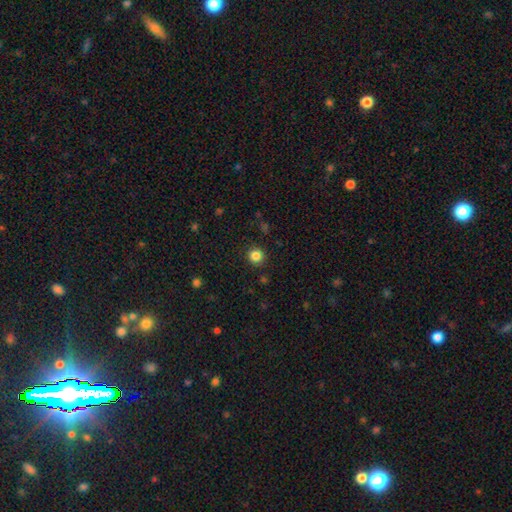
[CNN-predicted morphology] smooth-or-featured: smooth: 84% | star or artifact: 12% | featured or disk: 4%
  how-rounded: round: 94% | in between: 5% | cigar-shaped: 1%
  merging: none: 91% | minor disturbance: 6% | major disturbance: 2% | merger: 1%